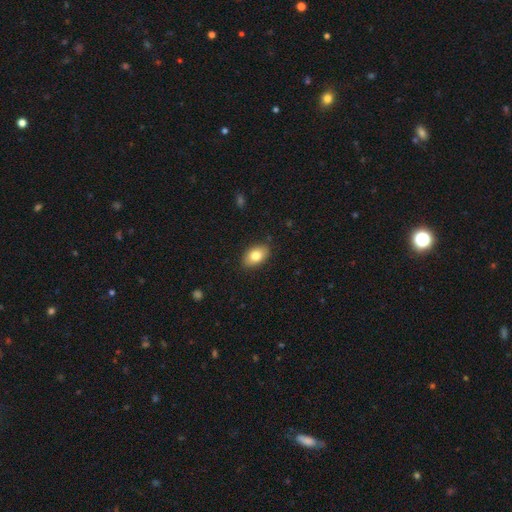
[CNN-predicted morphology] smooth_or_featured: smooth (p=0.80) [alt: featured or disk p=0.13]
how_rounded: in between (p=0.90) [alt: round p=0.09]
merging: none (p=0.86) [alt: minor disturbance p=0.11]